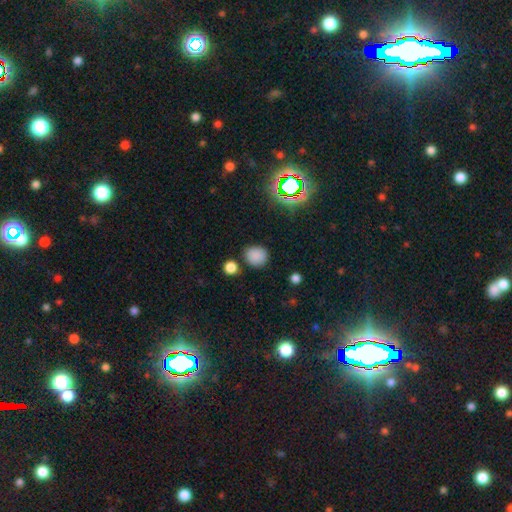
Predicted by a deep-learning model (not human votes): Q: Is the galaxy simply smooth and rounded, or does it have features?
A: smooth — 81%.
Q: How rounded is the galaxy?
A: round — 78%.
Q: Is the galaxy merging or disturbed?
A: none — 80%.